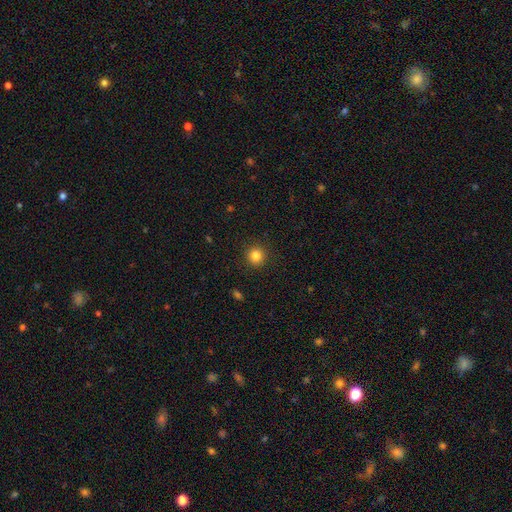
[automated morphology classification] Smooth or featured? Predicted: smooth (p=0.83). How rounded? Predicted: round (p=0.94). Merging? Predicted: none (p=0.92).